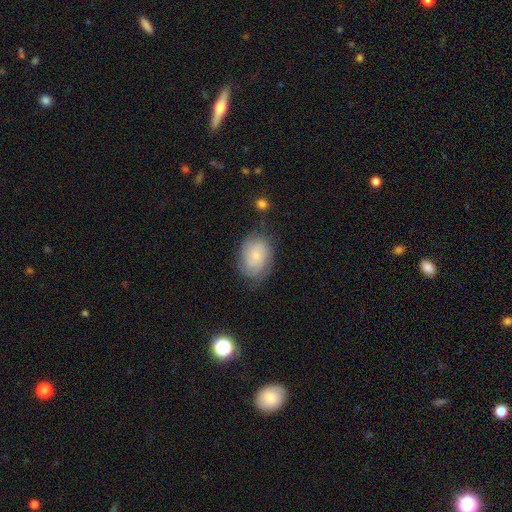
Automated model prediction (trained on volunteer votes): A featured or disk galaxy (50%).

Vote fractions:
- Smooth or featured? featured or disk: 50% / smooth: 42% / star or artifact: 8%
- Merging? none: 68% / minor disturbance: 22% / major disturbance: 8% / merger: 2%